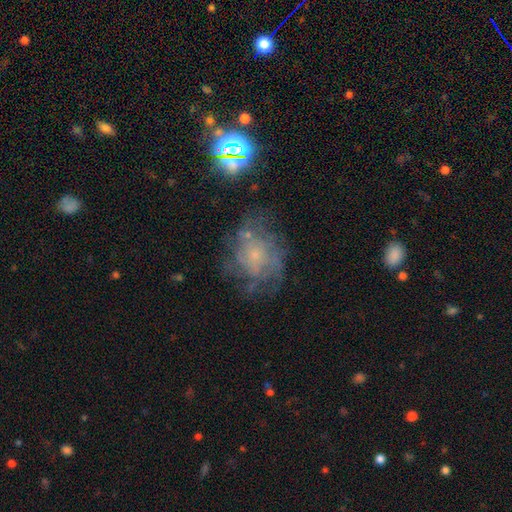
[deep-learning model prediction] smooth_or_featured: featured or disk (p=0.58) [alt: smooth p=0.24]
disk_edge_on: no (p=0.97) [alt: yes p=0.03]
bar: no (p=0.84) [alt: weak p=0.14]
has_spiral_arms: yes (p=0.62) [alt: no p=0.38]
bulge_size: small (p=0.66) [alt: moderate p=0.18]
merging: none (p=0.55) [alt: minor disturbance p=0.22]